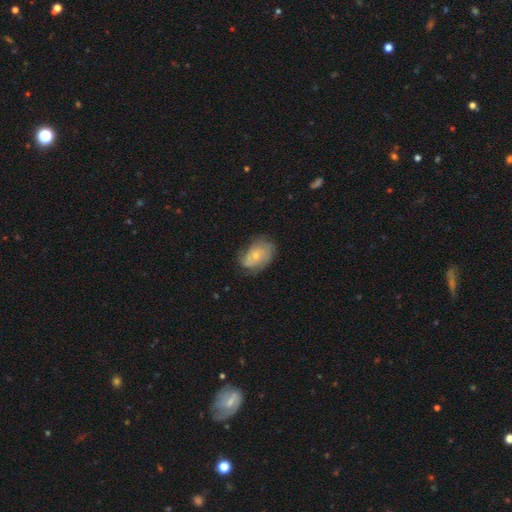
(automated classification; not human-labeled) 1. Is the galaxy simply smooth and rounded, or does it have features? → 50% featured or disk, 43% smooth, 7% star or artifact.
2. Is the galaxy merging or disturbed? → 60% none, 28% minor disturbance, 11% major disturbance, 1% merger.